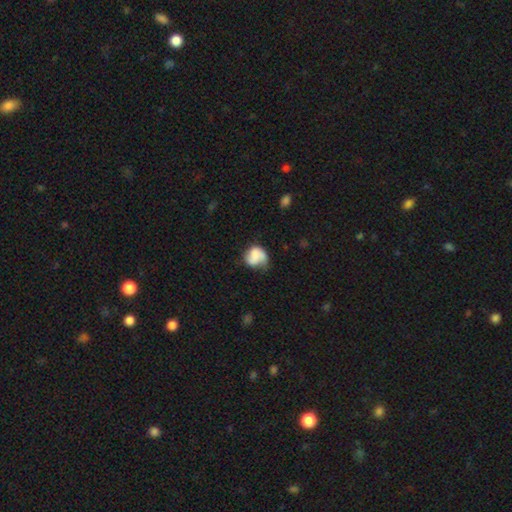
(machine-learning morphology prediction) smooth_or_featured: smooth (p=0.61) [alt: featured or disk p=0.30]
how_rounded: round (p=0.62) [alt: in between p=0.37]
merging: none (p=0.39) [alt: minor disturbance p=0.34]